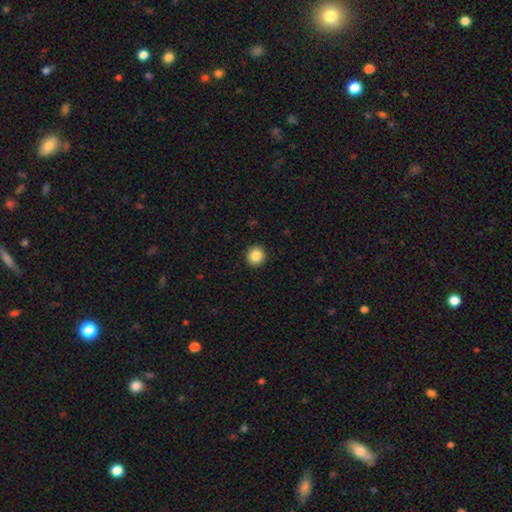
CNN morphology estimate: Smooth or featured? Predicted: smooth (p=0.86). How rounded? Predicted: round (p=0.93). Merging? Predicted: none (p=0.93).